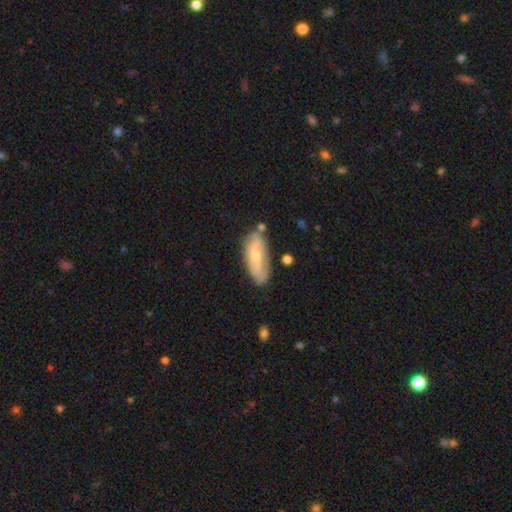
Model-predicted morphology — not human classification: type=featured or disk (56%); edge-on=no (87%); merging=none (66%).